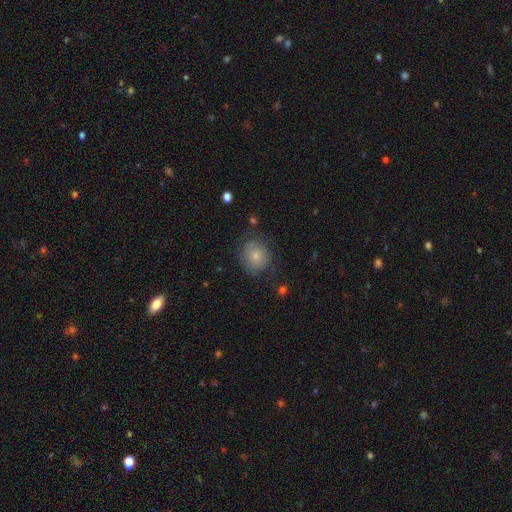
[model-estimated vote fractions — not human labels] This is likely a smooth galaxy (76%). How rounded: likely round (79%). Merging: likely none (70%).